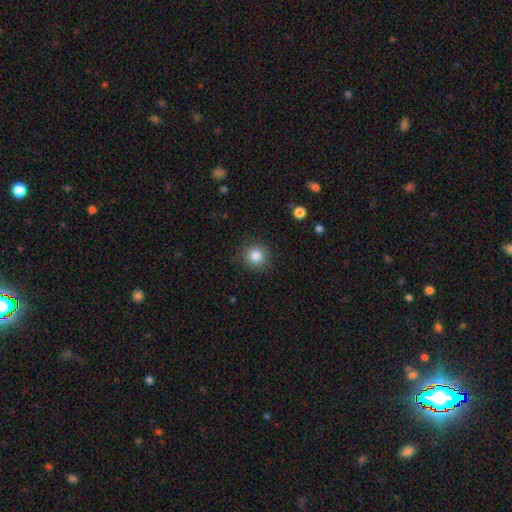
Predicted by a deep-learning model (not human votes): A smooth galaxy with no disk features (84%) that is round (92%). Merging: none (88%).